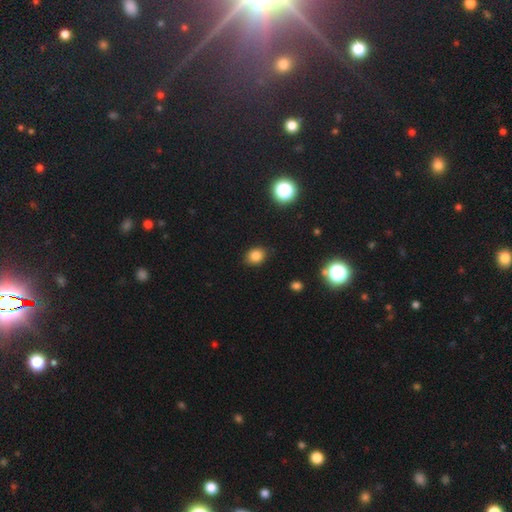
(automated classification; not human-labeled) Smooth or featured?
  - smooth: 82% *
  - star or artifact: 13%
  - featured or disk: 5%
How rounded?
  - in between: 52% *
  - round: 47%
  - cigar-shaped: 1%
Merging?
  - none: 86% *
  - minor disturbance: 10%
  - major disturbance: 2%
  - merger: 1%